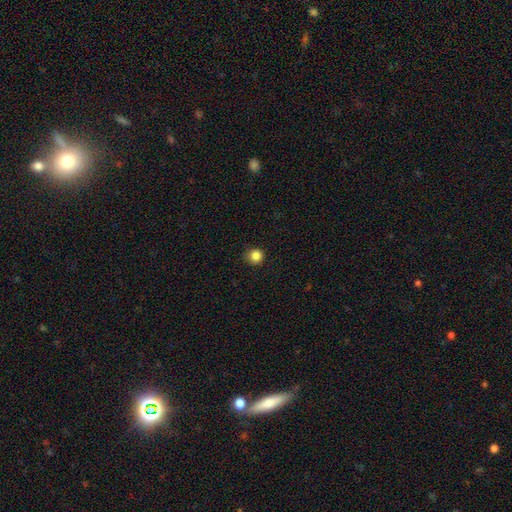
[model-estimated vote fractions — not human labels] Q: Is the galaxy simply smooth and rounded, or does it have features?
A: smooth — 85%.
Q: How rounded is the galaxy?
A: round — 92%.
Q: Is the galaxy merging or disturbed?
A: none — 85%.